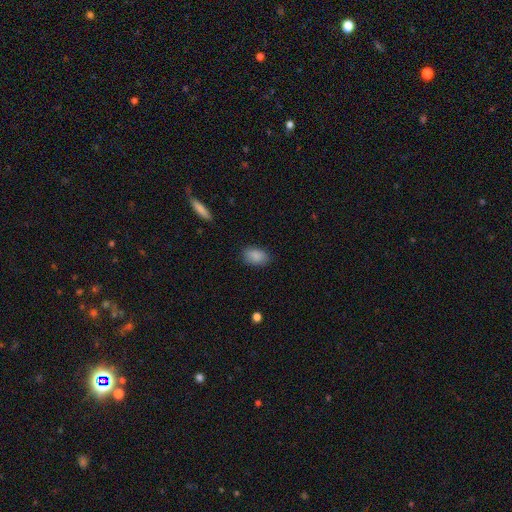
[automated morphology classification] Smooth or featured? smooth (88%)
How rounded? in between (89%)
Merging? none (84%)